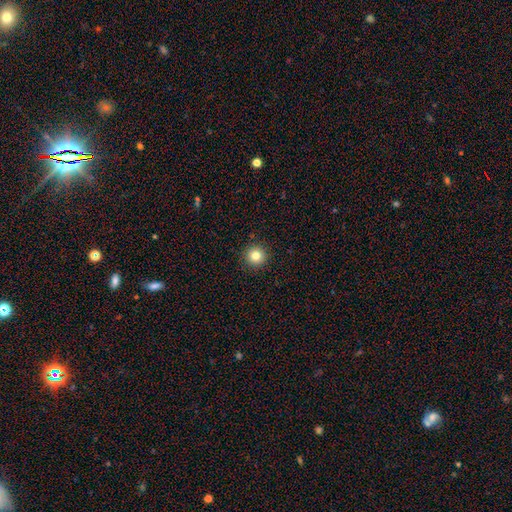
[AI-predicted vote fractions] The model was most divided on "smooth or featured": smooth: 81%, star or artifact: 12%, featured or disk: 7%. More confident: how rounded — round (96%); merging — none (93%).